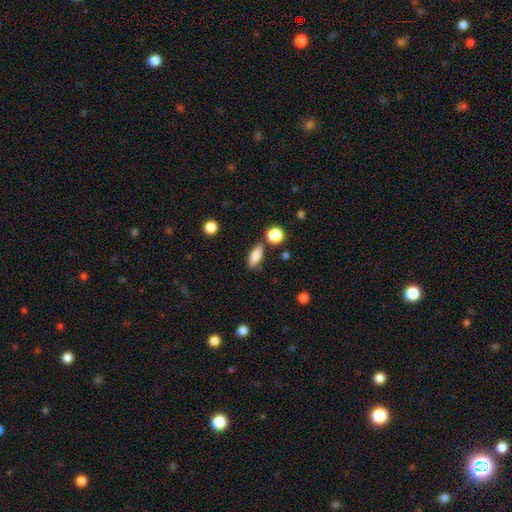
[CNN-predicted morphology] Smooth or featured? Predicted: smooth (p=0.75). How rounded? Predicted: in between (p=0.63). Merging? Predicted: none (p=0.78).